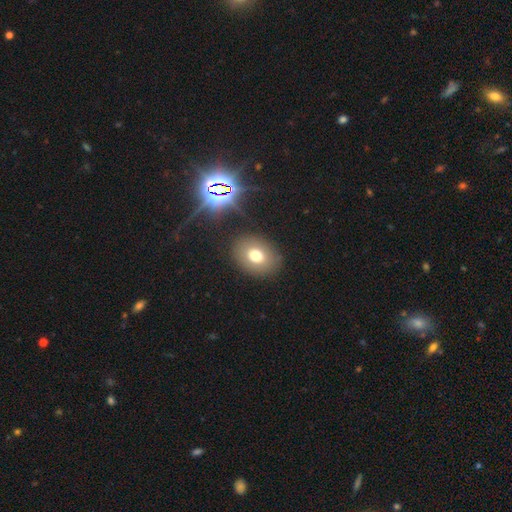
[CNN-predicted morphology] smooth_or_featured: smooth (p=0.70) [alt: star or artifact p=0.16]
how_rounded: in between (p=0.55) [alt: round p=0.44]
merging: none (p=0.86) [alt: minor disturbance p=0.09]